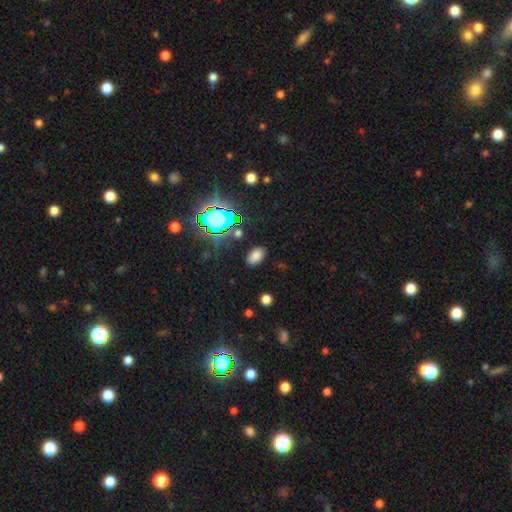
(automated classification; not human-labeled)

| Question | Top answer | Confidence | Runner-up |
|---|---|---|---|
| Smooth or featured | smooth | 75% | star or artifact (18%) |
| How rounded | in between | 89% | round (9%) |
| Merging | none | 84% | minor disturbance (11%) |